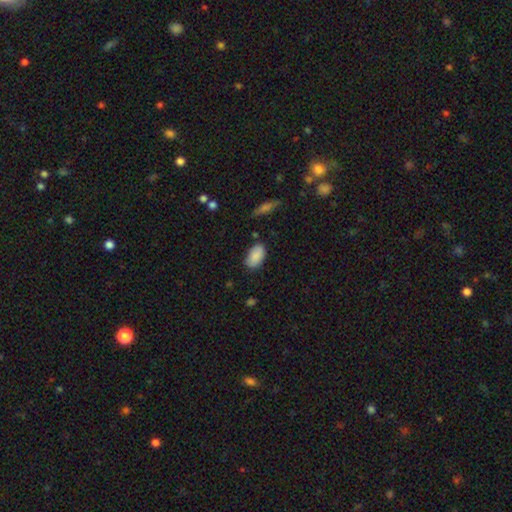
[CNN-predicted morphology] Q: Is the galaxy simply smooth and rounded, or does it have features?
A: smooth — 89%.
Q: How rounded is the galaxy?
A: in between — 94%.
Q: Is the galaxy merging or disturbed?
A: none — 81%.